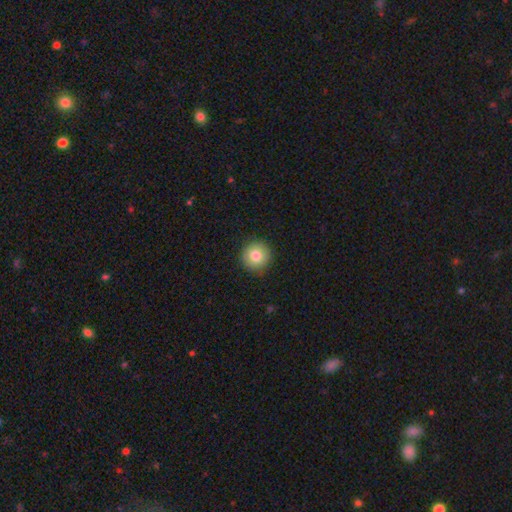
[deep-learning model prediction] This is clearly a smooth galaxy (82%). How rounded: clearly round (95%). Merging: clearly none (90%).